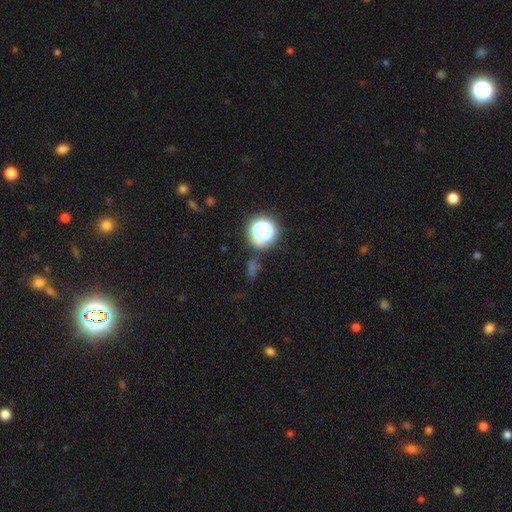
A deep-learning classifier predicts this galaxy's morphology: Q: Smooth or featured?
A: star or artifact (75%); runner-up: smooth (18%)